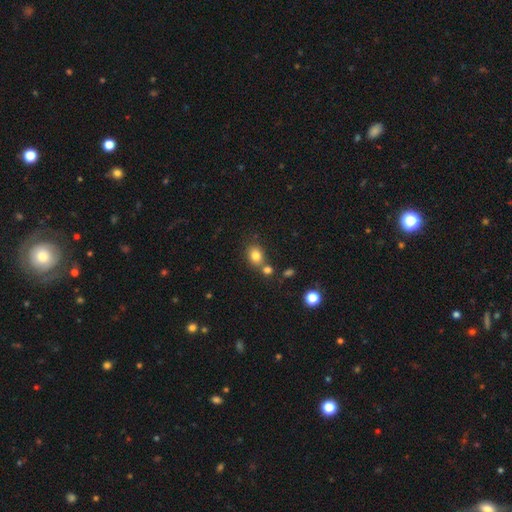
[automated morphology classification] Overall: smooth (81%). How rounded: round (52%; in between 47%). Merging: none (62%; merger 23%).